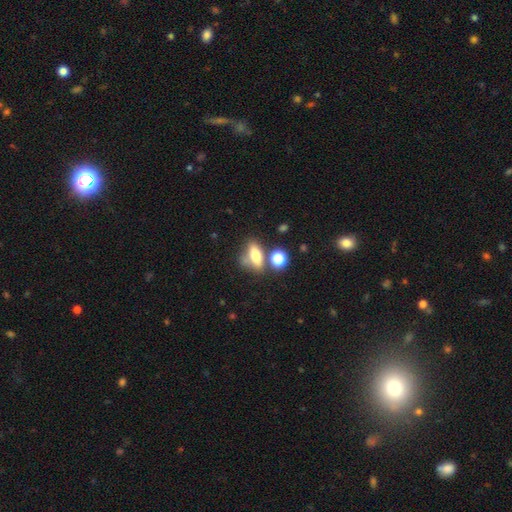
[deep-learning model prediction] Smooth or featured? Predicted: smooth (p=0.67). How rounded? Predicted: in between (p=0.67). Merging? Predicted: none (p=0.53).